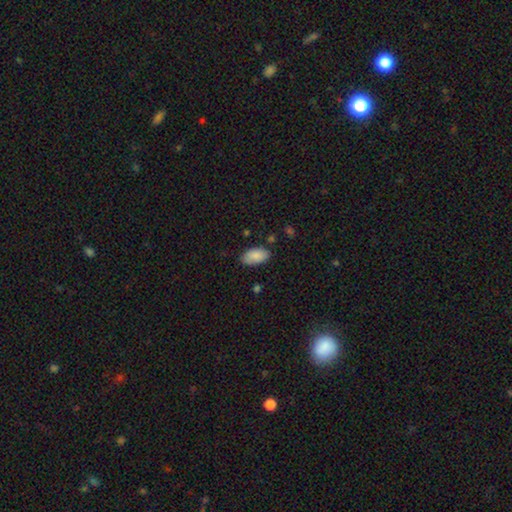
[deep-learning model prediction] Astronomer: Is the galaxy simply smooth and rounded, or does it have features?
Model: smooth — 88%.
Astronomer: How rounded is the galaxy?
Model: in between — 95%.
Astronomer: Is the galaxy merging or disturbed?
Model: none — 79%.